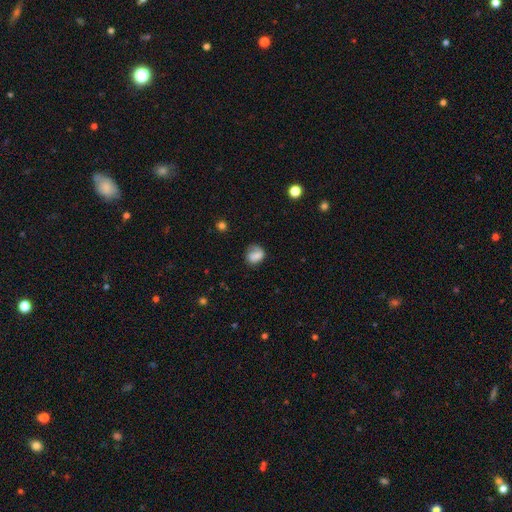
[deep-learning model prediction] Smooth or featured? Predicted: smooth (p=0.61). How rounded? Predicted: round (p=0.56). Merging? Predicted: none (p=0.52).